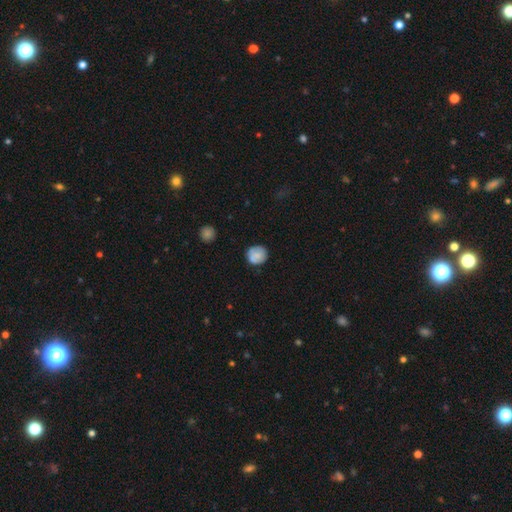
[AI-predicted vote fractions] This appears to be a smooth galaxy with no disk features (75%) that is round (87%). Merging: none (76%).